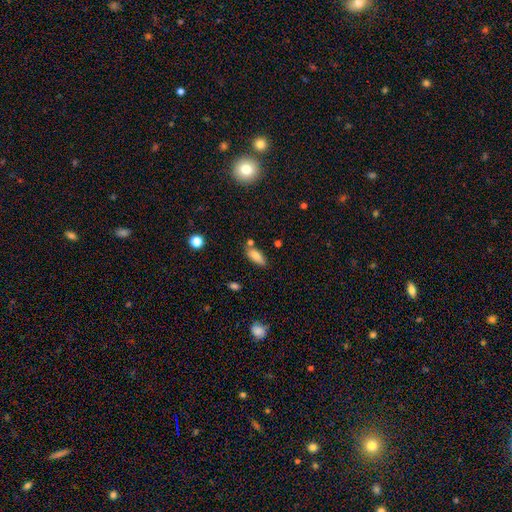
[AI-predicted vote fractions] smooth_or_featured: smooth (p=0.80) [alt: featured or disk p=0.12]
how_rounded: in between (p=0.75) [alt: cigar-shaped p=0.23]
merging: none (p=0.69) [alt: minor disturbance p=0.16]